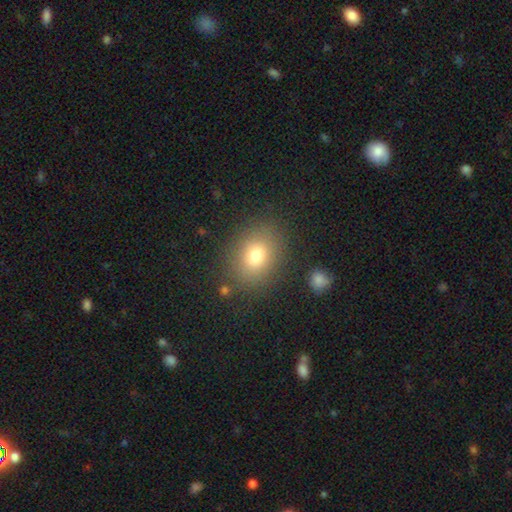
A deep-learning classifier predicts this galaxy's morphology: Q: Smooth or featured?
A: smooth (77%); runner-up: star or artifact (12%)
Q: How rounded?
A: in between (57%); runner-up: round (42%)
Q: Merging?
A: none (83%); runner-up: minor disturbance (10%)